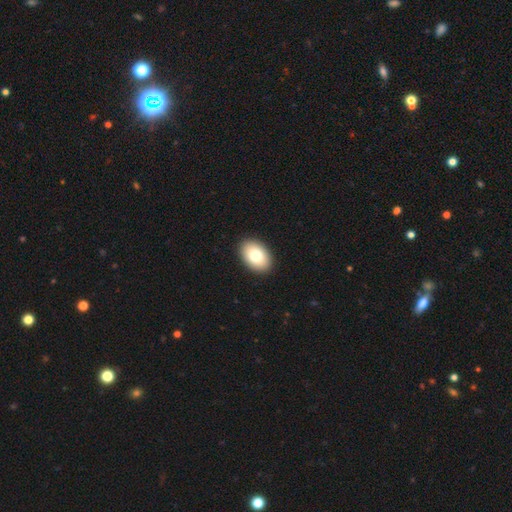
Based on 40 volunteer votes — Smooth or featured? smooth (82%)
How rounded? in between (97%)
Merging? none (97%)